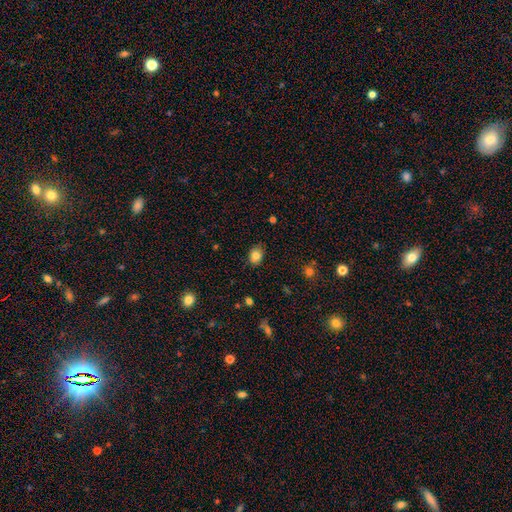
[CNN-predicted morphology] smooth_or_featured: smooth (p=0.82) [alt: star or artifact p=0.10]
how_rounded: in between (p=0.67) [alt: round p=0.32]
merging: none (p=0.84) [alt: minor disturbance p=0.13]